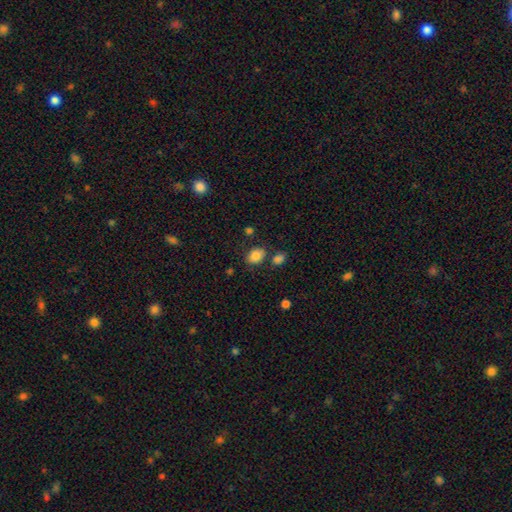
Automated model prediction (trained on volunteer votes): Smooth or featured? smooth (84%)
How rounded? in between (60%)
Merging? none (72%)